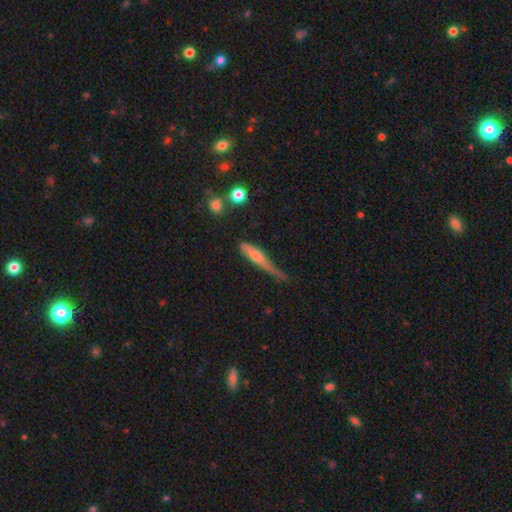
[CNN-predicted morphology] Q: Smooth or featured?
A: smooth (59%); runner-up: featured or disk (35%)
Q: How rounded?
A: cigar-shaped (80%); runner-up: in between (17%)
Q: Merging?
A: minor disturbance (37%); runner-up: major disturbance (30%)